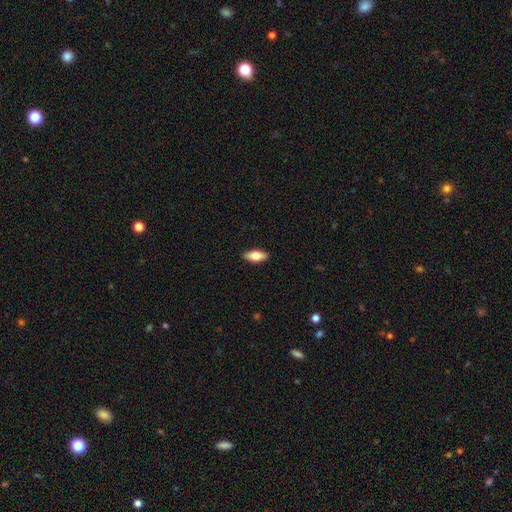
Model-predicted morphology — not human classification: A smooth galaxy with no disk features (69%) that is in between round and cigar-shaped (79%). Merging: none (90%).